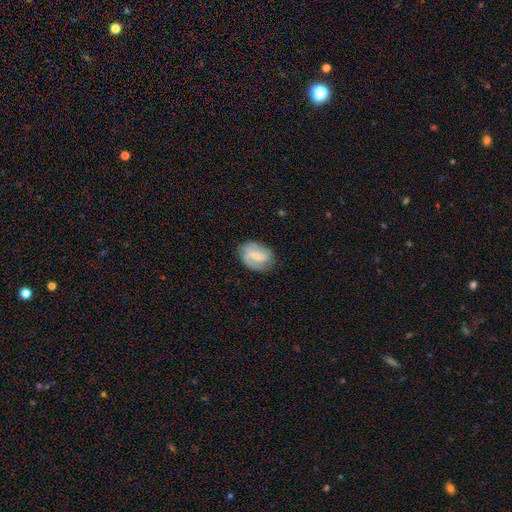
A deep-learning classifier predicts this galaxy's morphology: type=featured or disk (57%); edge-on=no (97%); bar=weak (51%); spiral arms=yes (85%); bulge=small (48%); merging=none (71%).